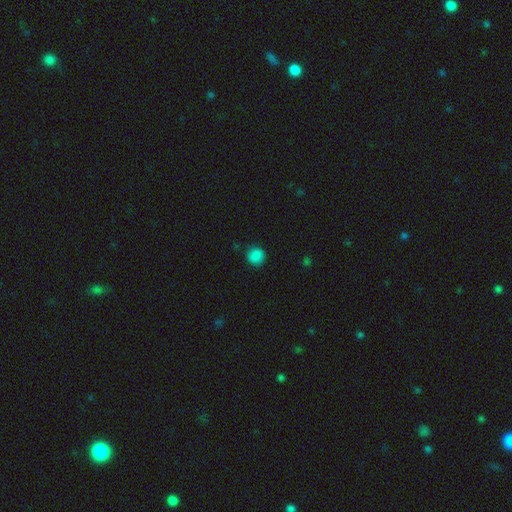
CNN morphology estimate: smooth 86%, star or artifact 11%, featured or disk 3%. Down the decision tree: how rounded — round (90%); merging — none (87%).